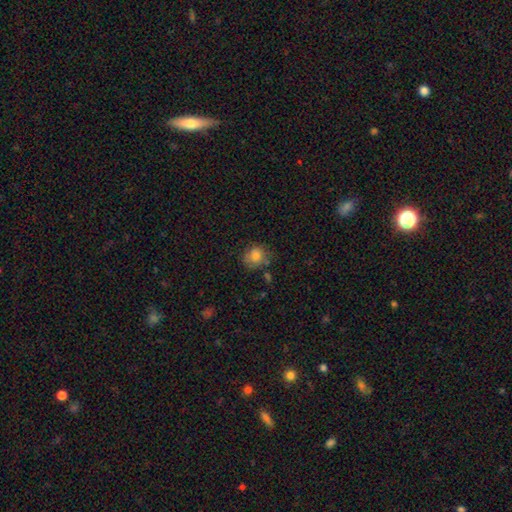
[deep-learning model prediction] Overall: smooth (80%). How rounded: round (73%). Merging: none (67%).